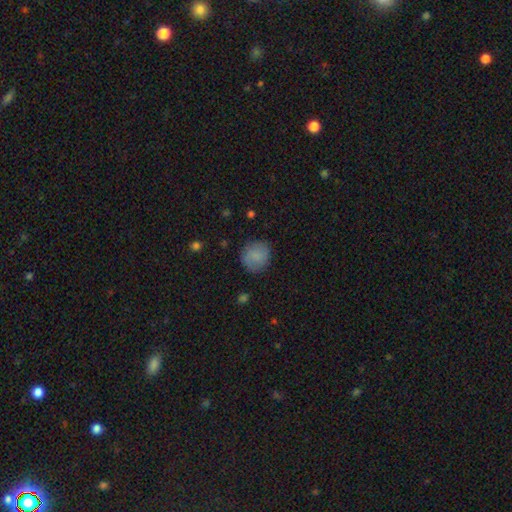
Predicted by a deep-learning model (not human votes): This appears to be a smooth galaxy with no disk features (81%) that is round (87%). Merging: none (82%).